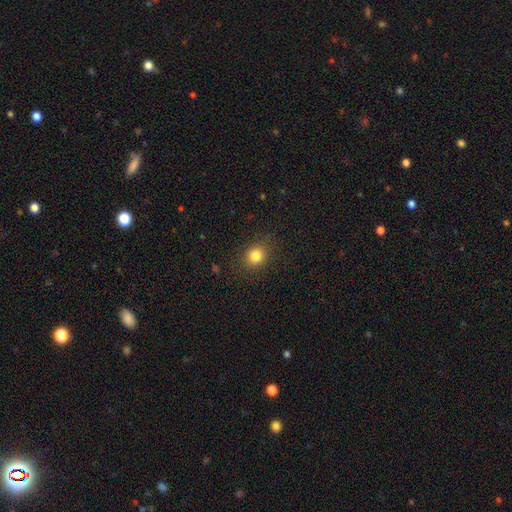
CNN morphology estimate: Smooth or featured?
  - smooth: 82% *
  - star or artifact: 12%
  - featured or disk: 6%
How rounded?
  - round: 75% *
  - in between: 24%
  - cigar-shaped: 1%
Merging?
  - none: 87% *
  - minor disturbance: 9%
  - major disturbance: 3%
  - merger: 1%